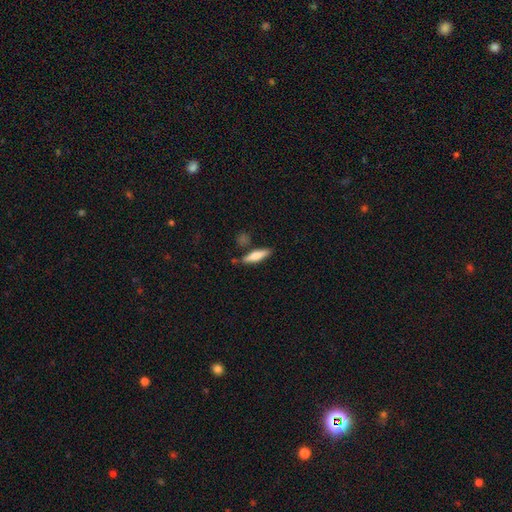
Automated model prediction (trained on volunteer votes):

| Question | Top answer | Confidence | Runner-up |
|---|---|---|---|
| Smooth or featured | smooth | 66% | featured or disk (28%) |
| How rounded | cigar-shaped | 71% | in between (26%) |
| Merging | none | 76% | minor disturbance (14%) |